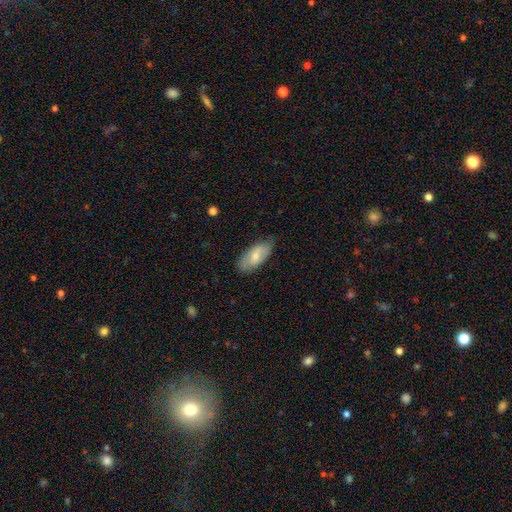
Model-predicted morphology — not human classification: type=smooth (65%); roundness=in between (90%); merging=none (79%).